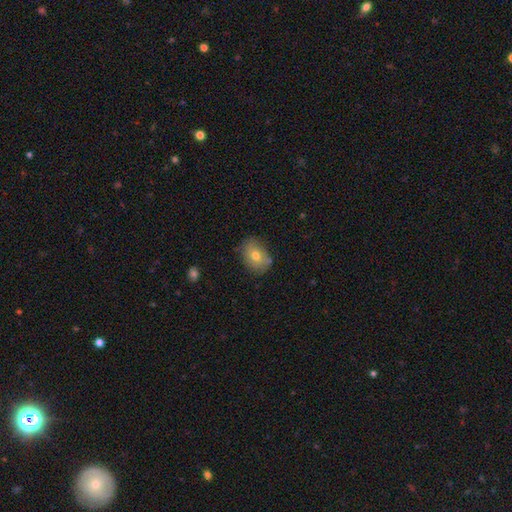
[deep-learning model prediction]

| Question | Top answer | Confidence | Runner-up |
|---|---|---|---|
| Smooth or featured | smooth | 71% | featured or disk (20%) |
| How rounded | in between | 67% | round (32%) |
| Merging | none | 71% | minor disturbance (22%) |